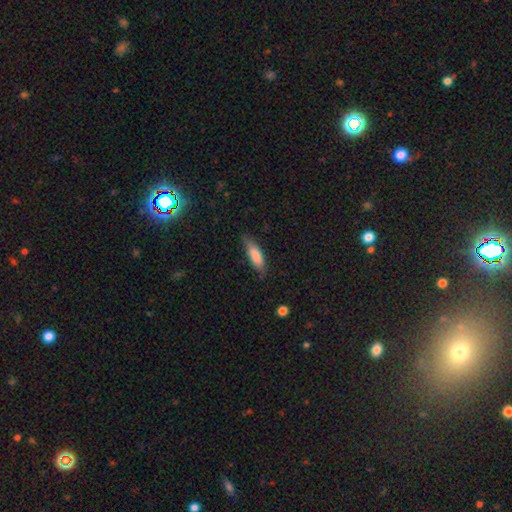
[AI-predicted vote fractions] Q: Smooth or featured?
A: smooth (83%); runner-up: featured or disk (11%)
Q: How rounded?
A: cigar-shaped (50%); runner-up: in between (48%)
Q: Merging?
A: none (74%); runner-up: minor disturbance (21%)